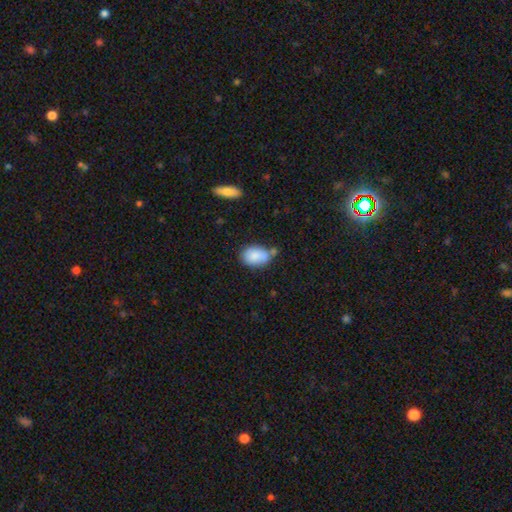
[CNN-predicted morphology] smooth-or-featured: smooth: 85% | featured or disk: 8% | star or artifact: 7%
  how-rounded: in between: 84% | round: 15% | cigar-shaped: 1%
  merging: none: 54% | minor disturbance: 26% | merger: 15% | major disturbance: 6%